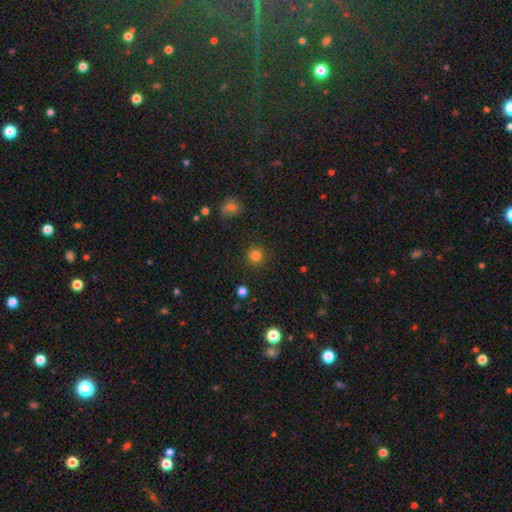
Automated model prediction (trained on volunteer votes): A smooth galaxy with no disk features (82%) that is round (94%). Merging: none (91%).